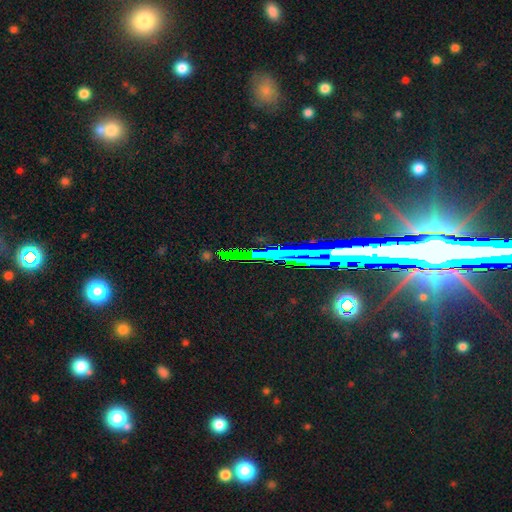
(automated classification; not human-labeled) smooth-or-featured: star or artifact: 72% | featured or disk: 14% | smooth: 14%